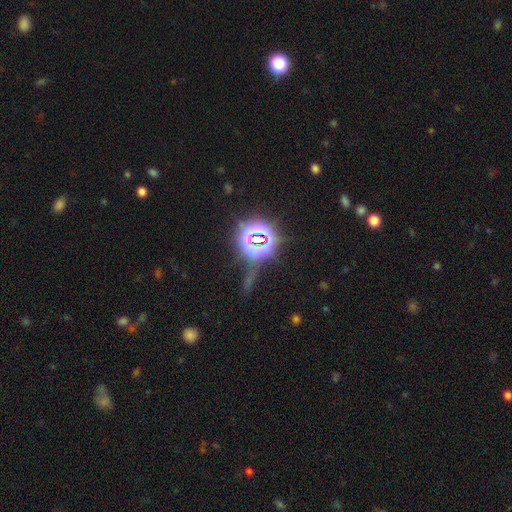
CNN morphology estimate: A star or artifact, not a galaxy (81%).

Vote fractions:
- Smooth or featured? star or artifact: 81% / smooth: 12% / featured or disk: 7%